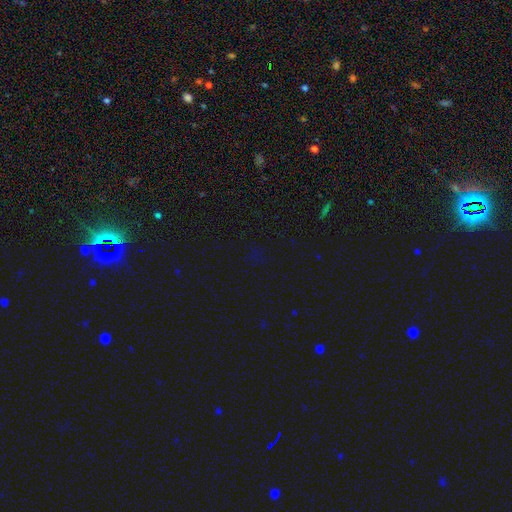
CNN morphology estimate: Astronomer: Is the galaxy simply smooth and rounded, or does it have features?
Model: star or artifact — 71%.